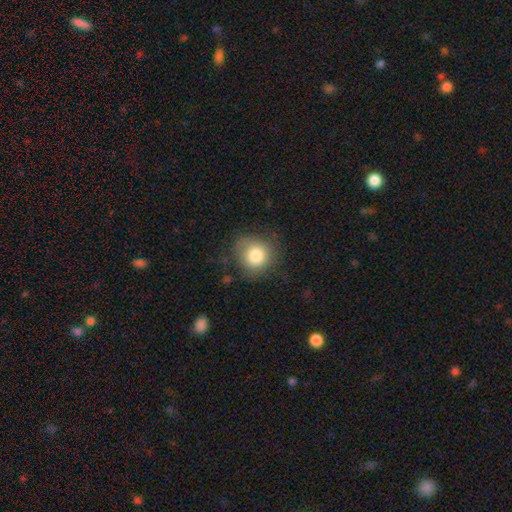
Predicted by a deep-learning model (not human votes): Smooth or featured? Predicted: smooth (p=0.80). How rounded? Predicted: round (p=0.85). Merging? Predicted: none (p=0.71).